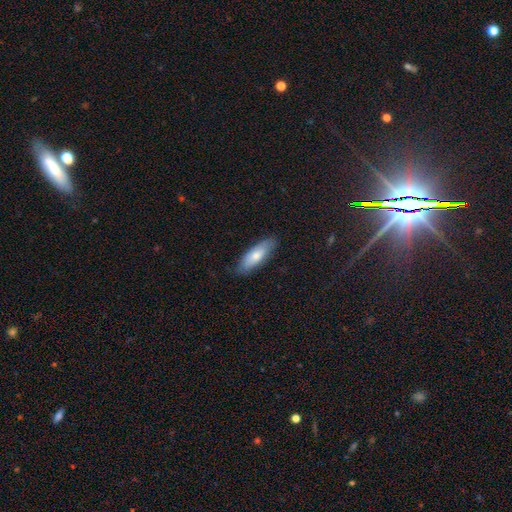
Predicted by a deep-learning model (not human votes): smooth-or-featured: smooth: 72% | featured or disk: 22% | star or artifact: 6%
  how-rounded: in between: 61% | cigar-shaped: 37% | round: 2%
  merging: none: 84% | minor disturbance: 13% | major disturbance: 2% | merger: 1%